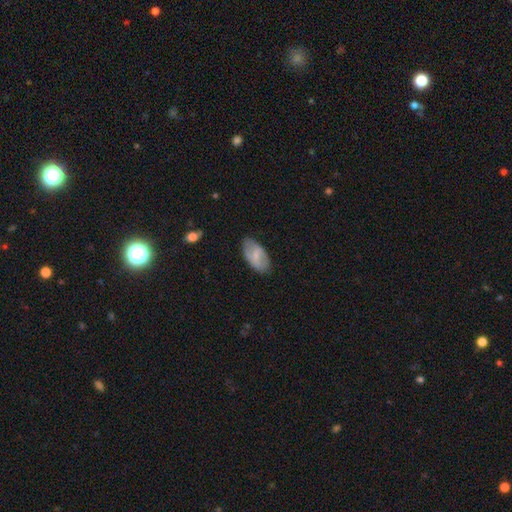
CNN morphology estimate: Smooth or featured?
  - smooth: 54% *
  - featured or disk: 40%
  - star or artifact: 6%
How rounded?
  - in between: 93% *
  - round: 4%
  - cigar-shaped: 3%
Merging?
  - none: 79% *
  - minor disturbance: 16%
  - major disturbance: 4%
  - merger: 1%